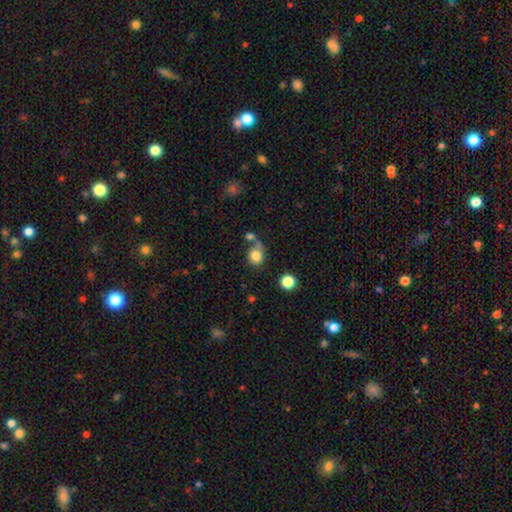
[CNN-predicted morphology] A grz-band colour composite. It shows a smooth galaxy with no disk features (81%) that is round (76%). Merging: none (47%).